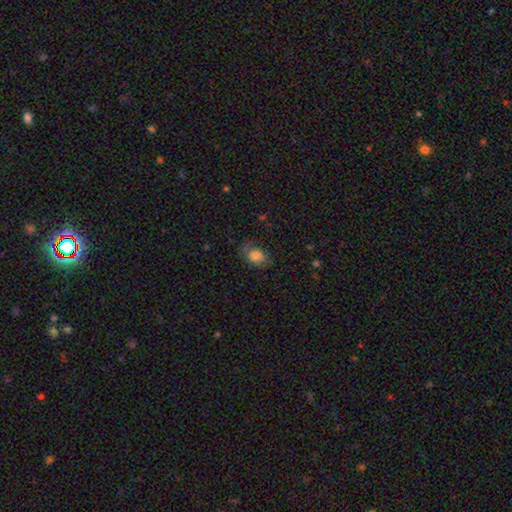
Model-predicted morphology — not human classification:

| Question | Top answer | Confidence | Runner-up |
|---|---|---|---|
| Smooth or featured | smooth | 72% | featured or disk (18%) |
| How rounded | in between | 72% | round (26%) |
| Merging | none | 57% | minor disturbance (25%) |